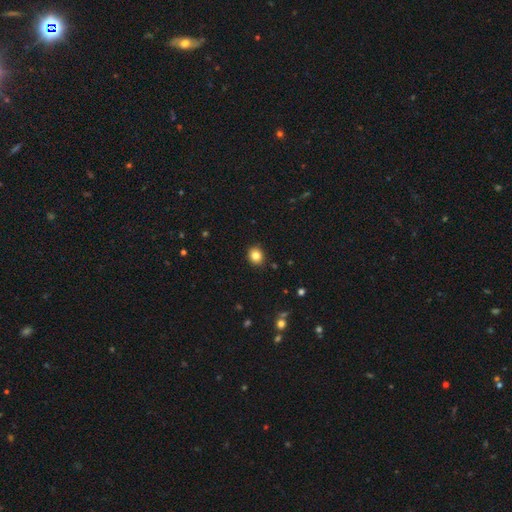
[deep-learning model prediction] The model was most divided on "how rounded": round: 77%, in between: 23%, cigar-shaped: 1%. More confident: merging — none (90%); smooth or featured — smooth (83%).